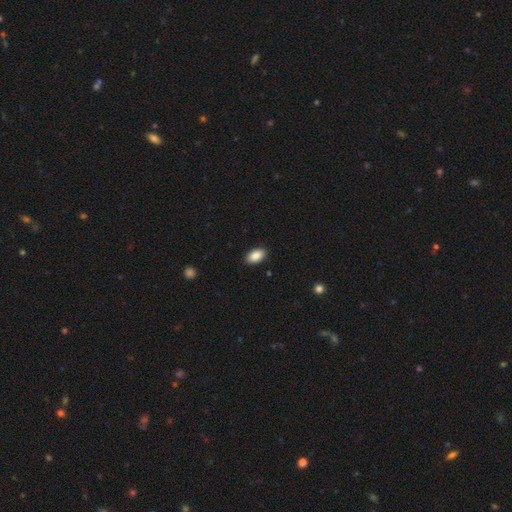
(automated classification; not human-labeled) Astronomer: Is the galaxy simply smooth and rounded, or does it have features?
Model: smooth — 89%.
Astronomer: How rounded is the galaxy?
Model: in between — 93%.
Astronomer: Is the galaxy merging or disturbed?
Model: none — 89%.